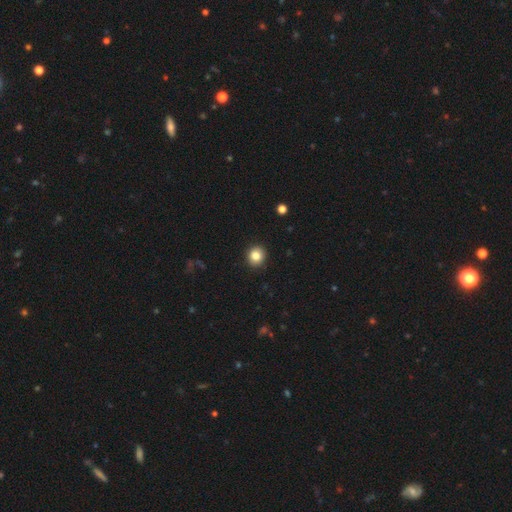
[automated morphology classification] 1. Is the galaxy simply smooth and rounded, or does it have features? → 85% smooth, 10% star or artifact, 5% featured or disk.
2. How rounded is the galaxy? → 84% round, 15% in between, 1% cigar-shaped.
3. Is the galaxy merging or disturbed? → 91% none, 6% minor disturbance, 2% major disturbance, 1% merger.